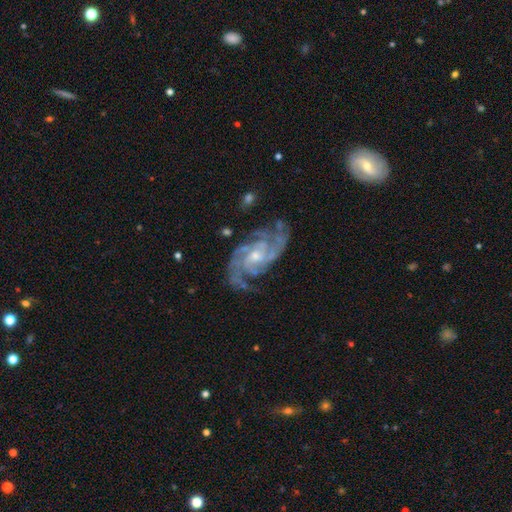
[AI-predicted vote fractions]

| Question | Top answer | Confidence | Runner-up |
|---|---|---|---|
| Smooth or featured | featured or disk | 91% | star or artifact (5%) |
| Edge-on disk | no | 97% | yes (3%) |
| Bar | no | 57% | weak (35%) |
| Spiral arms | yes | 98% | no (2%) |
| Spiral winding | tight | 48% | medium (43%) |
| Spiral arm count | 3 | 27% | tied: 2 (27%) |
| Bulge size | small | 60% | moderate (36%) |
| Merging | none | 70% | minor disturbance (19%) |